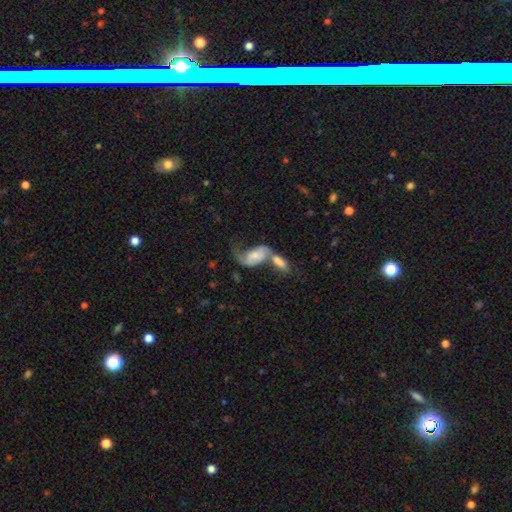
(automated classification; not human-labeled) Smooth or featured?
  - featured or disk: 55% *
  - smooth: 38%
  - star or artifact: 7%
Edge-on disk?
  - no: 94% *
  - yes: 6%
Bar?
  - no: 60% *
  - weak: 29%
  - strong: 11%
Spiral arms?
  - yes: 79% *
  - no: 21%
Bulge size?
  - small: 40% *
  - moderate: 31%
  - none: 16%
  - large: 9%
  - dominant: 3%
Merging?
  - merger: 62% *
  - major disturbance: 14%
  - none: 14%
  - minor disturbance: 9%